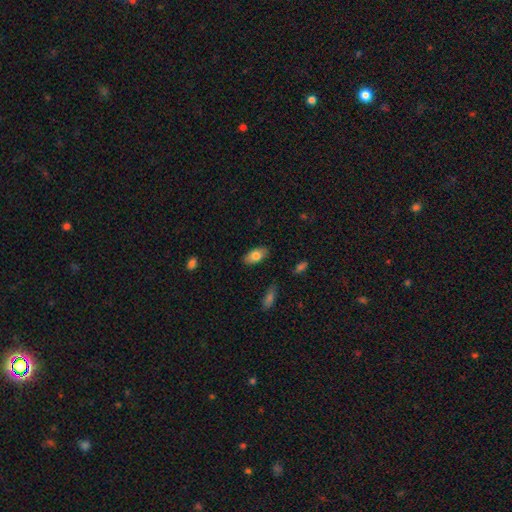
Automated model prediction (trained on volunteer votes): Q: Smooth or featured?
A: smooth (79%); runner-up: featured or disk (14%)
Q: How rounded?
A: in between (91%); runner-up: cigar-shaped (5%)
Q: Merging?
A: none (85%); runner-up: minor disturbance (11%)